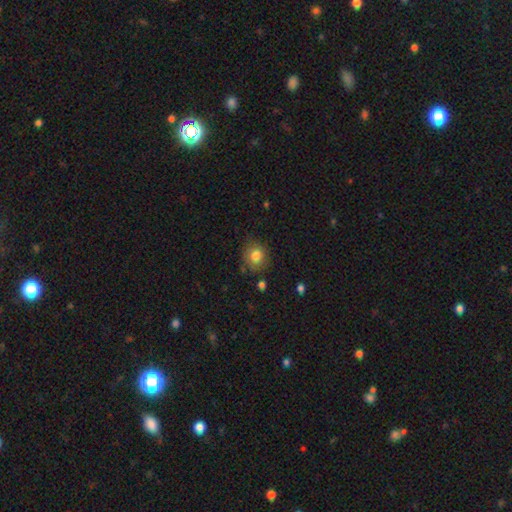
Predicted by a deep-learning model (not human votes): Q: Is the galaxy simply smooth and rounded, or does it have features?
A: smooth — 82%.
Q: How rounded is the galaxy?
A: round — 74%.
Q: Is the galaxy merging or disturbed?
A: none — 77%.